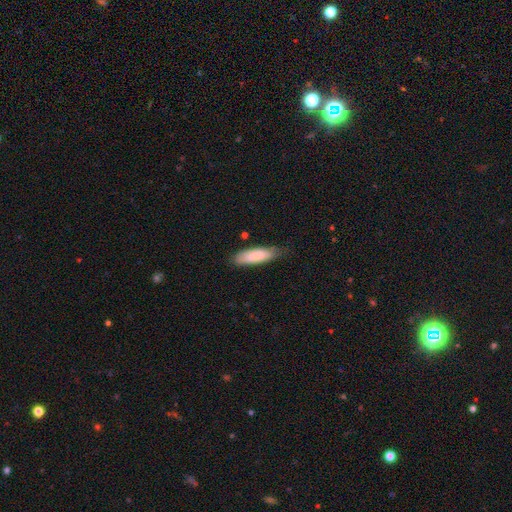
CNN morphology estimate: smooth-or-featured: smooth: 85% | featured or disk: 10% | star or artifact: 5%
  how-rounded: in between: 51% | cigar-shaped: 48% | round: 1%
  merging: none: 66% | minor disturbance: 28% | major disturbance: 5% | merger: 2%